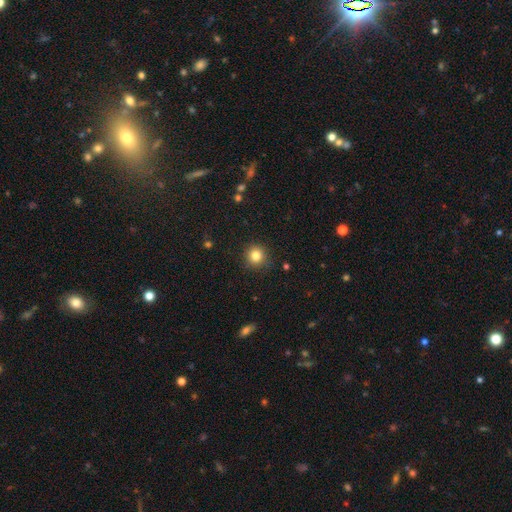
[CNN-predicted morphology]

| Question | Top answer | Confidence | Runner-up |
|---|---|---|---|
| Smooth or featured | smooth | 83% | star or artifact (11%) |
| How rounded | round | 92% | in between (7%) |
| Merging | none | 89% | minor disturbance (8%) |